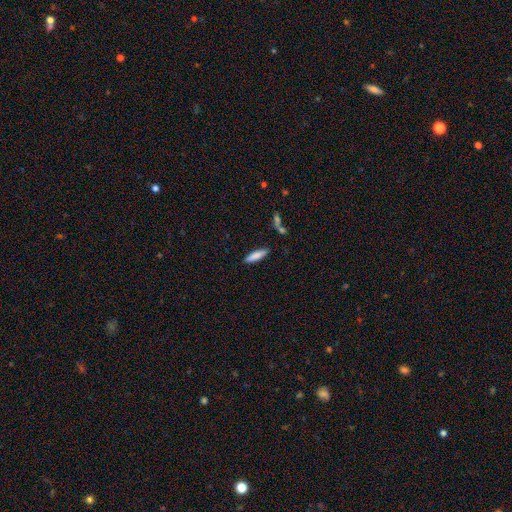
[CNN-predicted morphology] smooth-or-featured: smooth: 80% | featured or disk: 13% | star or artifact: 6%
  how-rounded: cigar-shaped: 73% | in between: 25% | round: 1%
  merging: none: 85% | minor disturbance: 9% | merger: 3% | major disturbance: 2%